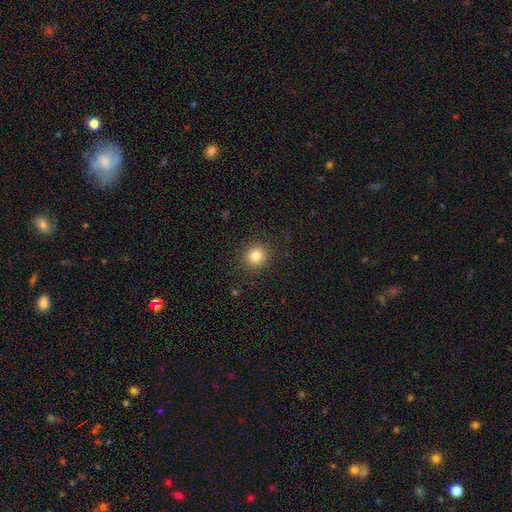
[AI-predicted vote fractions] Smooth or featured?
  - smooth: 82% *
  - star or artifact: 12%
  - featured or disk: 6%
How rounded?
  - round: 88% *
  - in between: 11%
  - cigar-shaped: 1%
Merging?
  - none: 90% *
  - minor disturbance: 6%
  - major disturbance: 2%
  - merger: 1%